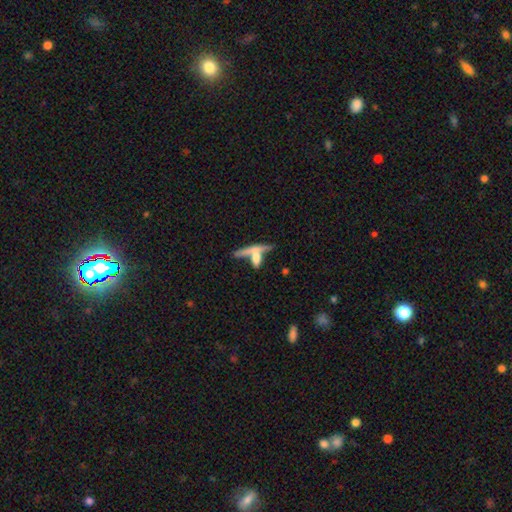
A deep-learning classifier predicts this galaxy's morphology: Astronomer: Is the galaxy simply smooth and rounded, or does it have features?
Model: smooth — 55% (runner-up: featured or disk, 35%).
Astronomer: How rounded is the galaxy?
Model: cigar-shaped — 69%.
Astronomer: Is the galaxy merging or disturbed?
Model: merger — 47% (runner-up: none, 33%).